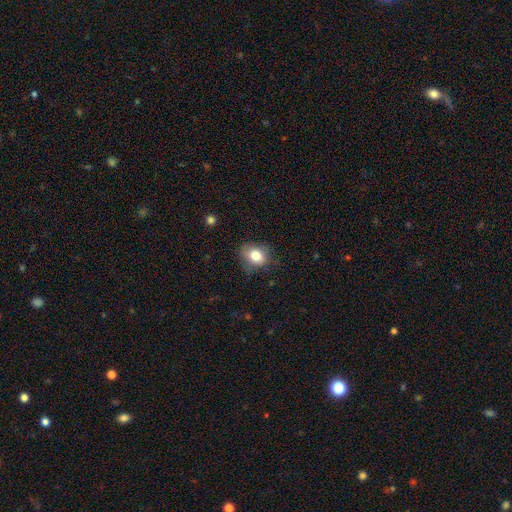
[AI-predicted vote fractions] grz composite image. It shows a smooth galaxy with no disk features (79%) that is round (52%). Merging: none (72%).